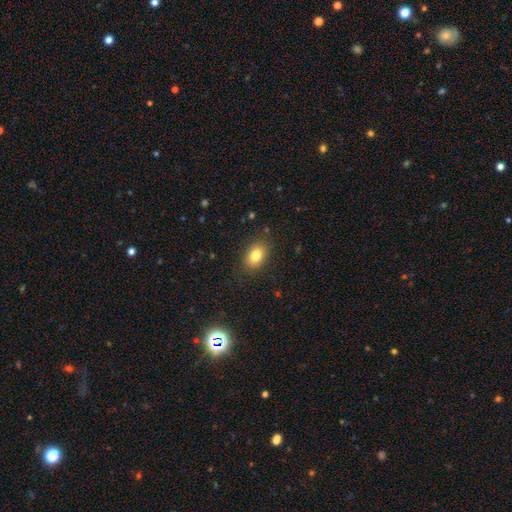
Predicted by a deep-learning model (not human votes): Smooth or featured?
  - smooth: 81% *
  - featured or disk: 10%
  - star or artifact: 9%
How rounded?
  - in between: 81% *
  - round: 18%
  - cigar-shaped: 1%
Merging?
  - none: 84% *
  - minor disturbance: 11%
  - major disturbance: 3%
  - merger: 1%